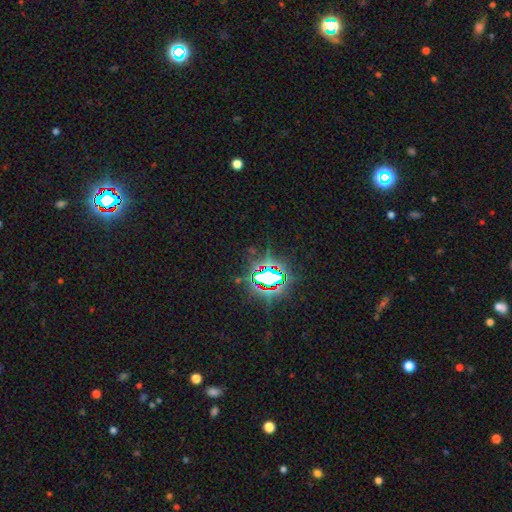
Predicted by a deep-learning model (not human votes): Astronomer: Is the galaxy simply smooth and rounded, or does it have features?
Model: star or artifact — 83%.